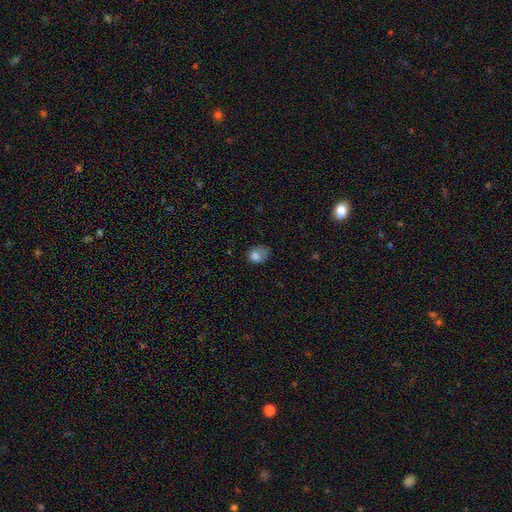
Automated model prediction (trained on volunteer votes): smooth 77%, featured or disk 12%, star or artifact 10%. Down the decision tree: how rounded — in between (51%); merging — none (40%).